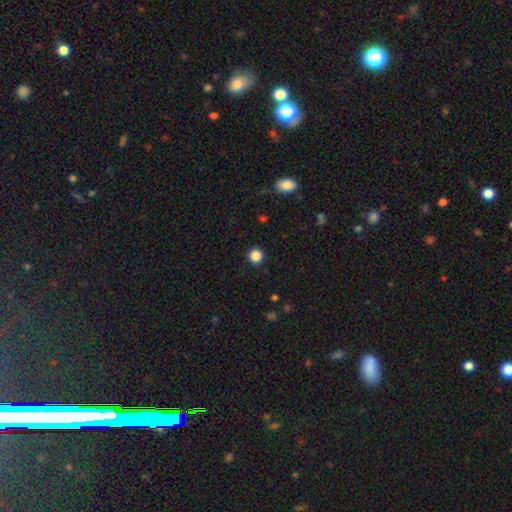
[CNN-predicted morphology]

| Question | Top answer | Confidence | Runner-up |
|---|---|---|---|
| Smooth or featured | smooth | 86% | star or artifact (11%) |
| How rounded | round | 95% | in between (4%) |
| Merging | none | 92% | minor disturbance (5%) |